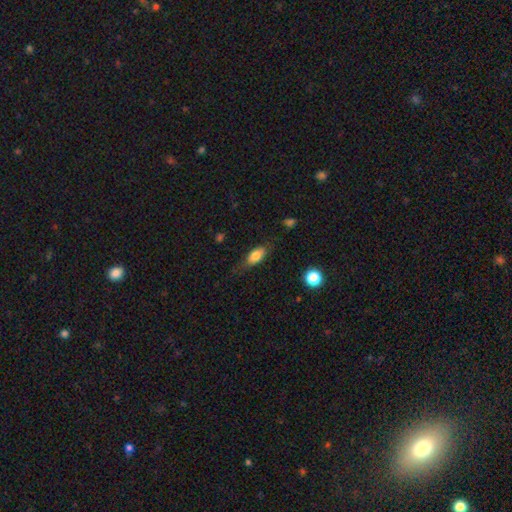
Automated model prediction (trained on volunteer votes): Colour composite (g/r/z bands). It shows a smooth galaxy with no disk features (76%) that is in between round and cigar-shaped (83%). Merging: none (70%).